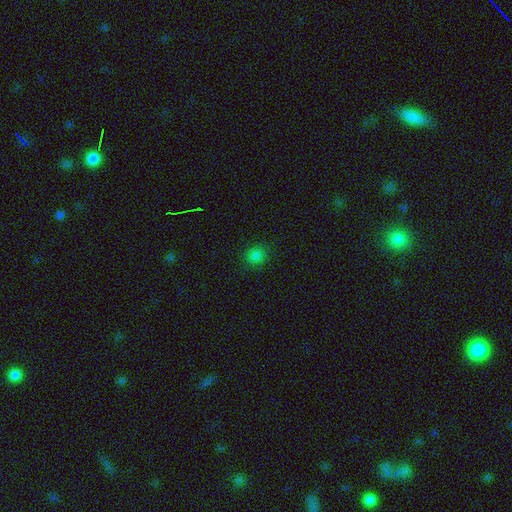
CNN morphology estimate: The model was most divided on "smooth or featured": smooth: 82%, star or artifact: 15%, featured or disk: 3%. More confident: merging — none (88%); how rounded — round (83%).